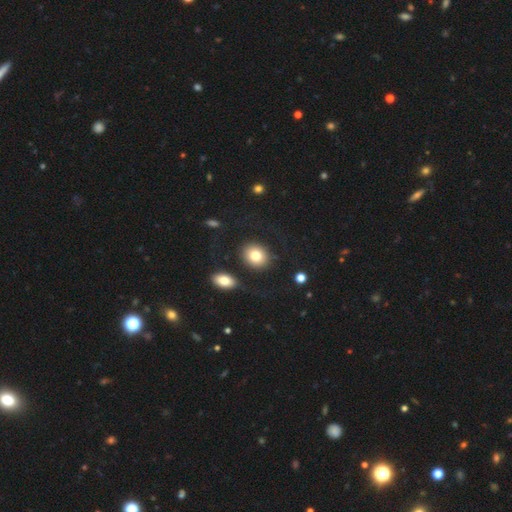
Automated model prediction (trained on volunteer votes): Smooth or featured?
  - smooth: 79% *
  - featured or disk: 12%
  - star or artifact: 9%
How rounded?
  - round: 60% *
  - in between: 38%
  - cigar-shaped: 1%
Merging?
  - none: 78% *
  - minor disturbance: 10%
  - merger: 6%
  - major disturbance: 6%